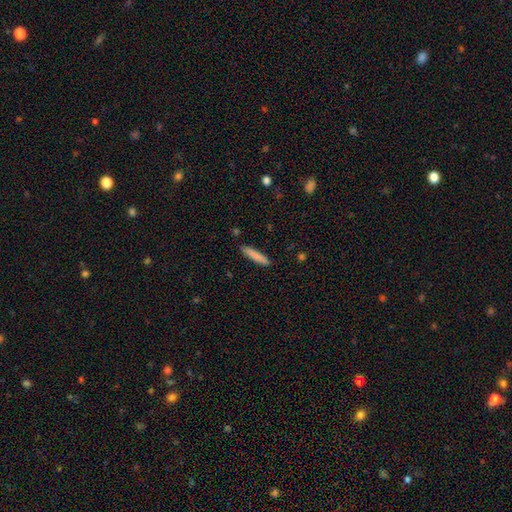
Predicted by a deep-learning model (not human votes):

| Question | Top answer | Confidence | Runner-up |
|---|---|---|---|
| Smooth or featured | smooth | 84% | featured or disk (10%) |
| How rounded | cigar-shaped | 90% | in between (9%) |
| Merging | none | 88% | minor disturbance (9%) |